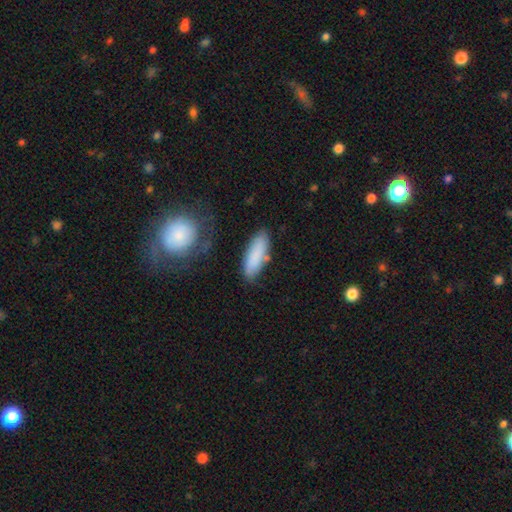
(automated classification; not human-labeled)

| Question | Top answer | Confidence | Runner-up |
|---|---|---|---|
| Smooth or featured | smooth | 84% | featured or disk (10%) |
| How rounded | in between | 59% | cigar-shaped (39%) |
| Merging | none | 71% | minor disturbance (17%) |